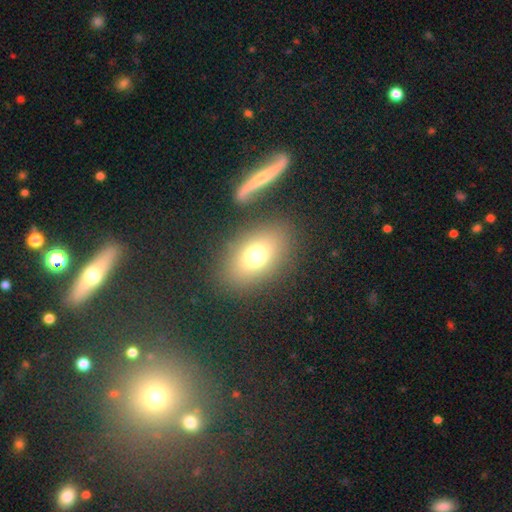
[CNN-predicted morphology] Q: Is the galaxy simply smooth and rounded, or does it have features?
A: smooth — 71%.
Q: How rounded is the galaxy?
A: in between — 74%.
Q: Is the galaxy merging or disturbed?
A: none — 80%.